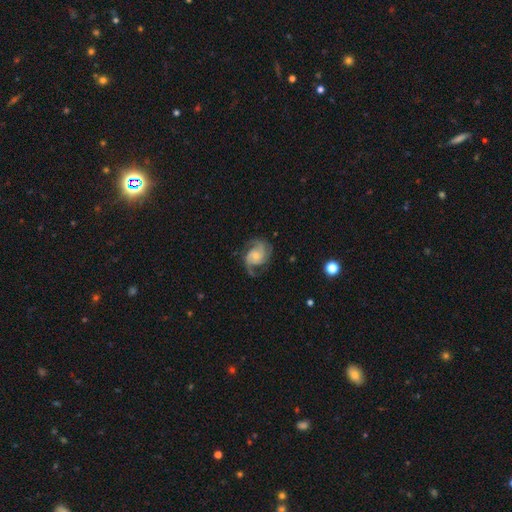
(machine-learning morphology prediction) type=featured or disk (86%); edge-on=no (98%); bar=no (66%); spiral arms=yes (97%); winding=medium (51%); arm count=2 (55%); bulge=small (57%); merging=none (67%).